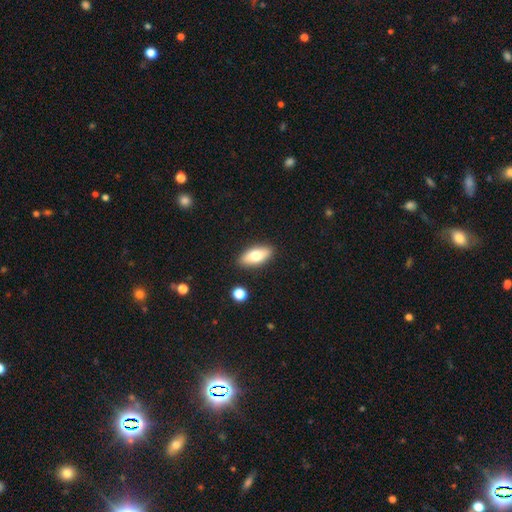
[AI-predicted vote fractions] Smooth or featured? Predicted: smooth (p=0.71). How rounded? Predicted: in between (p=0.86). Merging? Predicted: none (p=0.87).